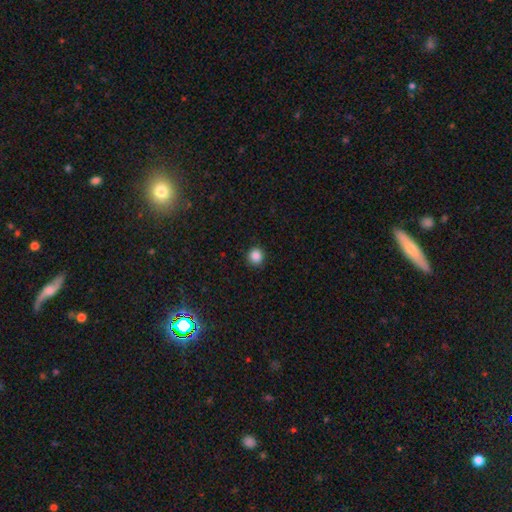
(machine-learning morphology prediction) Smooth or featured? Predicted: smooth (p=0.86). How rounded? Predicted: round (p=0.92). Merging? Predicted: none (p=0.91).